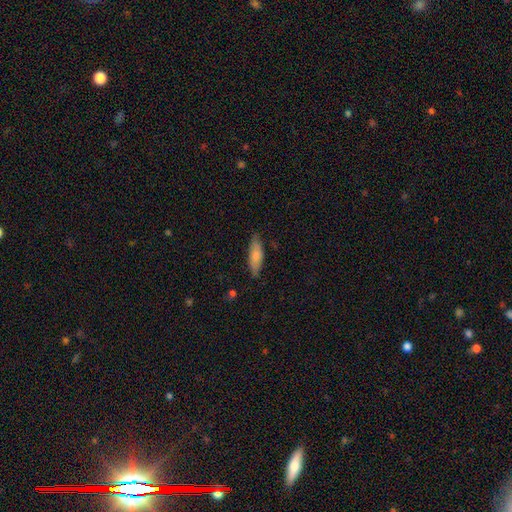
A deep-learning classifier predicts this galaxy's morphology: A smooth galaxy with no disk features (78%) that is cigar-shaped (53%).

Vote fractions:
- Smooth or featured? smooth: 78% / featured or disk: 16% / star or artifact: 6%
- How rounded? cigar-shaped: 53% / in between: 46% / round: 2%
- Merging? none: 82% / minor disturbance: 14% / major disturbance: 2% / merger: 1%